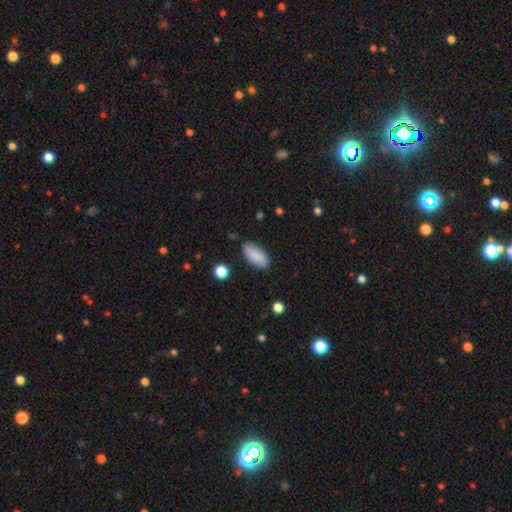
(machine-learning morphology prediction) Smooth or featured?
  - smooth: 86% *
  - featured or disk: 7%
  - star or artifact: 7%
How rounded?
  - in between: 90% *
  - cigar-shaped: 8%
  - round: 2%
Merging?
  - none: 81% *
  - minor disturbance: 14%
  - major disturbance: 3%
  - merger: 2%